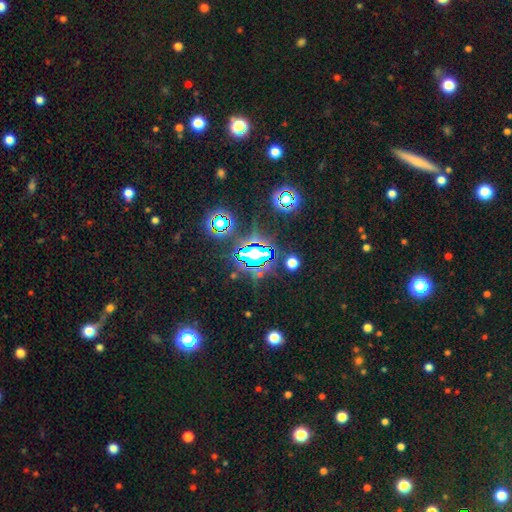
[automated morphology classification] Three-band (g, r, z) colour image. It shows a star or artifact, not a galaxy (80%).